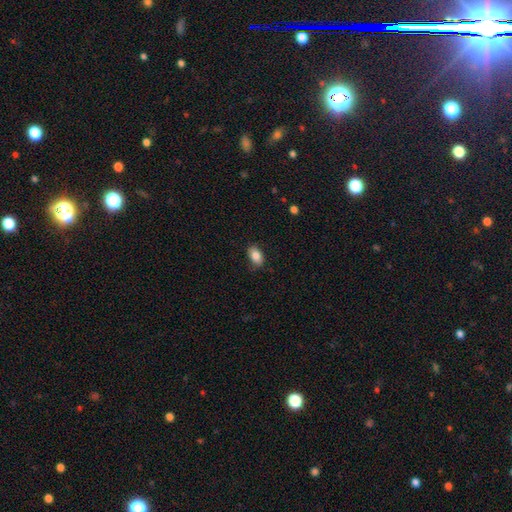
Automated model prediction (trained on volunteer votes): Smooth or featured: smooth — 84% (featured or disk — 9%)
How rounded: in between — 88% (round — 10%)
Merging: none — 78% (minor disturbance — 18%)